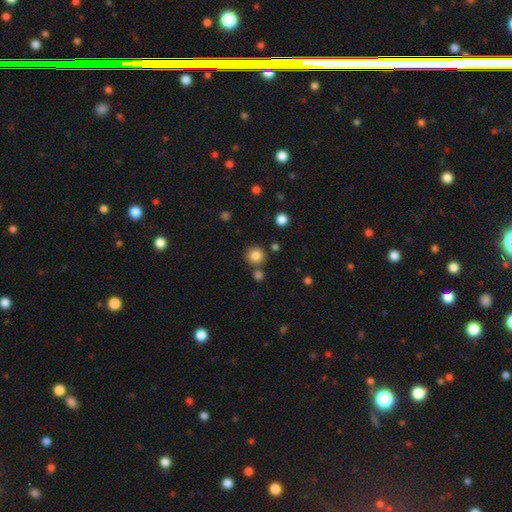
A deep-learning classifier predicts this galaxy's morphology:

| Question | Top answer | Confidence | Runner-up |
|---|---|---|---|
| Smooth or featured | smooth | 83% | star or artifact (11%) |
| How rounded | round | 93% | in between (6%) |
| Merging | none | 78% | merger (11%) |